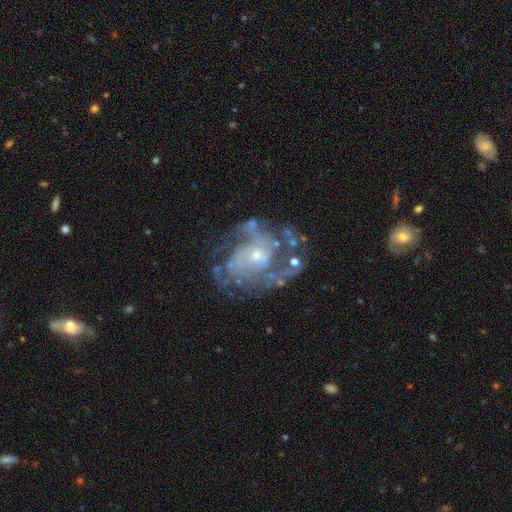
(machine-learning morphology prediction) featured or disk 86%, star or artifact 7%, smooth 7%. Down the decision tree: edge-on disk — no (98%); bar — no (67%); spiral arms — yes (92%); spiral arm count — 2 (37%); spiral winding — medium (44%); bulge size — small (65%); merging — none (60%).